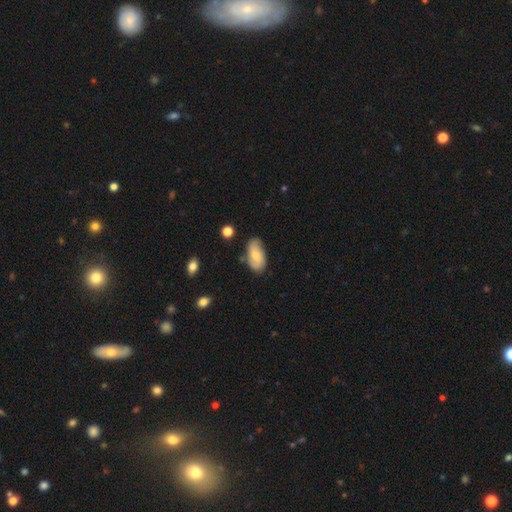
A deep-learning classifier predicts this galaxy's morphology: This appears to be a smooth galaxy with no disk features (50%). Merging: none (73%).